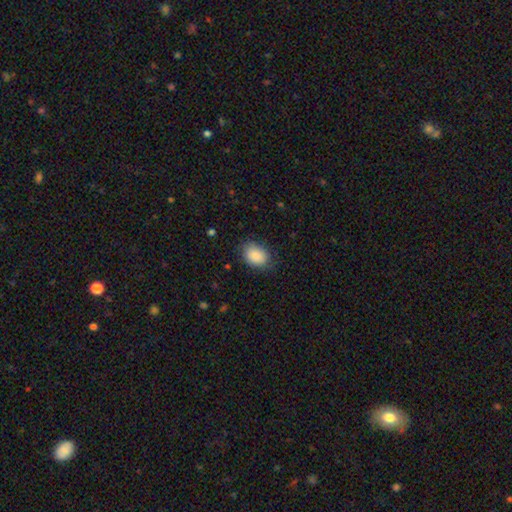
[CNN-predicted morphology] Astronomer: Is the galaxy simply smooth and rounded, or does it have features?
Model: smooth — 87%.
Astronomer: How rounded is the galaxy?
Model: in between — 73%.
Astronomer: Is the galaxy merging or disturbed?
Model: none — 77%.